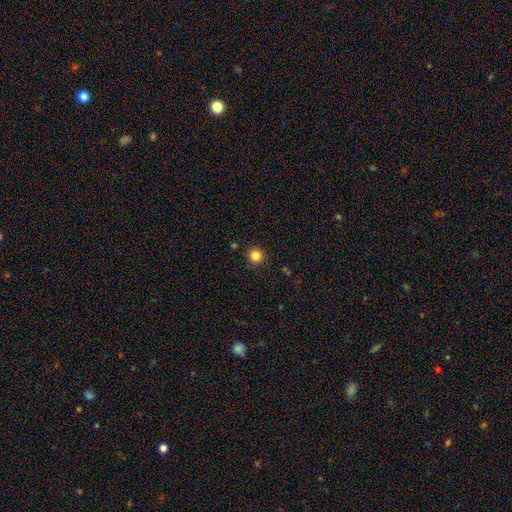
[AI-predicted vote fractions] Morphology: type=smooth (84%); roundness=round (96%); merging=none (91%).